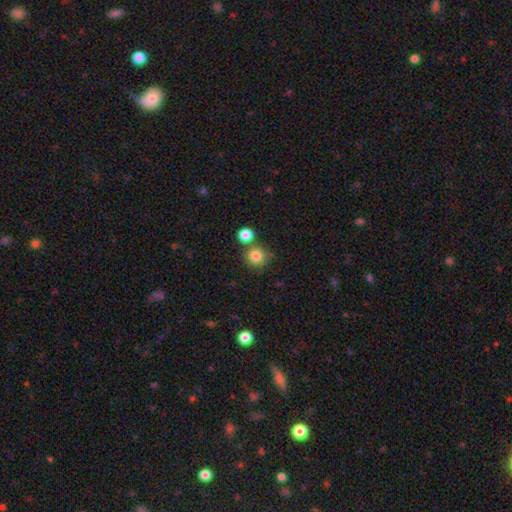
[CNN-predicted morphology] Overall: smooth (83%). How rounded: round (92%). Merging: none (68%).